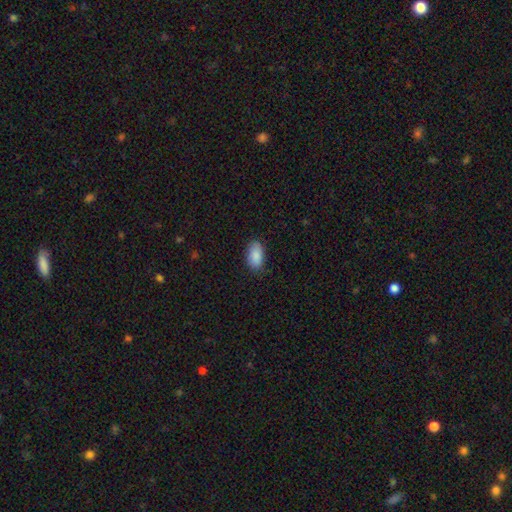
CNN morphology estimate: smooth-or-featured: smooth: 89% | star or artifact: 7% | featured or disk: 4%
  how-rounded: in between: 93% | round: 4% | cigar-shaped: 3%
  merging: none: 85% | minor disturbance: 12% | major disturbance: 3% | merger: 1%